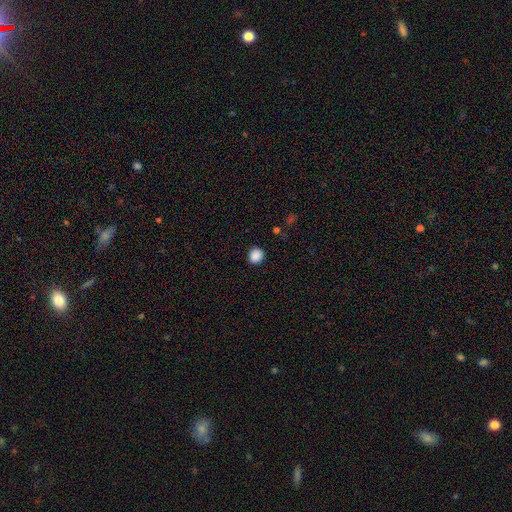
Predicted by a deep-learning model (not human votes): Smooth or featured? smooth (88%)
How rounded? round (87%)
Merging? none (91%)